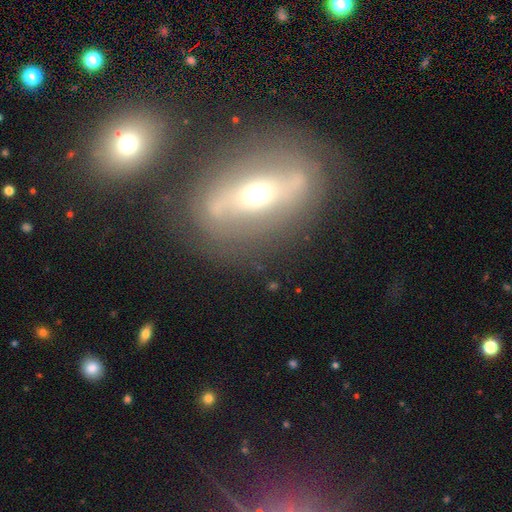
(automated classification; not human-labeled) The model was most divided on "spiral arms" (2-way tie): yes: 50%, no: 50%. Remaining: merging — none (73%); edge-on disk — no (73%); smooth or featured — featured or disk (70%); bulge size — moderate (69%); bar — strong (48%).